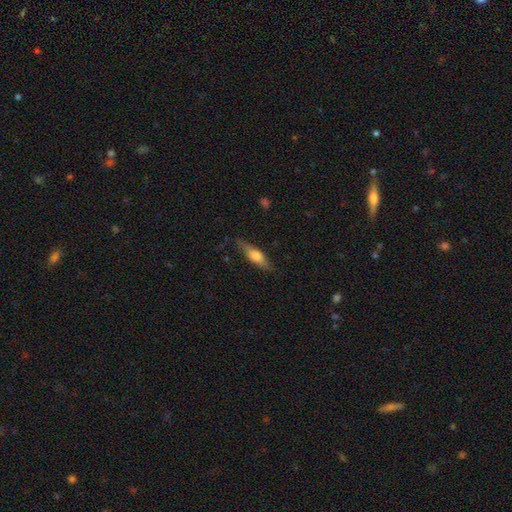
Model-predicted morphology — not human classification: The model was most divided on "smooth or featured": smooth: 52%, featured or disk: 41%, star or artifact: 7%. More confident: merging — none (80%); how rounded — cigar-shaped (58%).